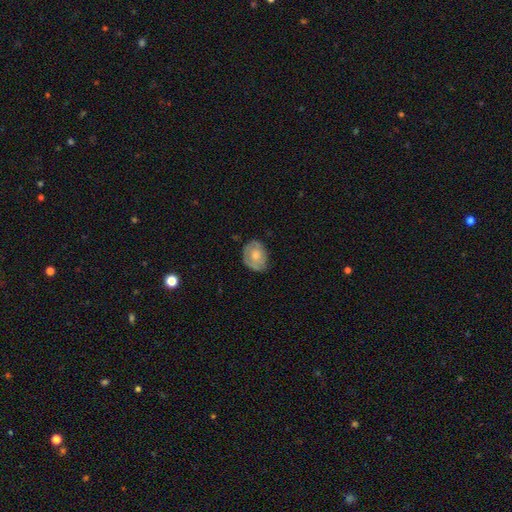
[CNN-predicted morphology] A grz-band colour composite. It shows a smooth galaxy with no disk features (53%) that is in between round and cigar-shaped (53%). Merging: none (67%).